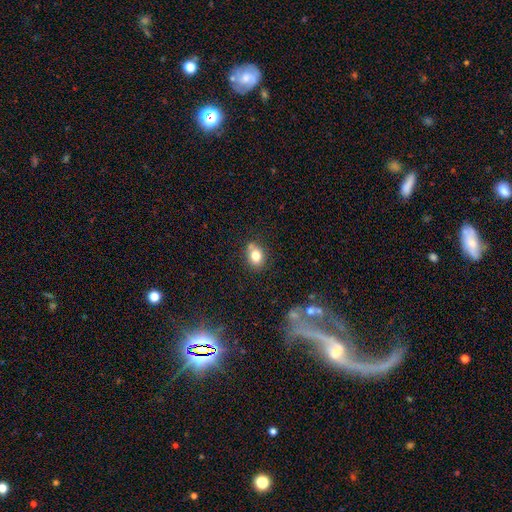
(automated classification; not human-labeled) Smooth or featured?
  - smooth: 78% *
  - featured or disk: 11%
  - star or artifact: 10%
How rounded?
  - in between: 60% *
  - round: 39%
  - cigar-shaped: 1%
Merging?
  - none: 67% *
  - minor disturbance: 17%
  - merger: 12%
  - major disturbance: 4%